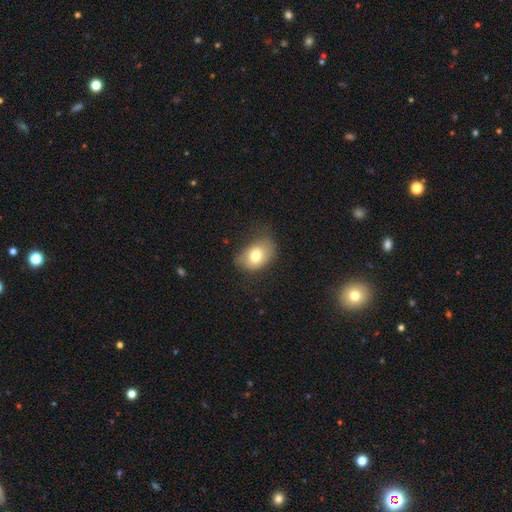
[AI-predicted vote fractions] This appears to be a smooth galaxy with no disk features (75%) that is in between round and cigar-shaped (76%). Merging: none (57%).